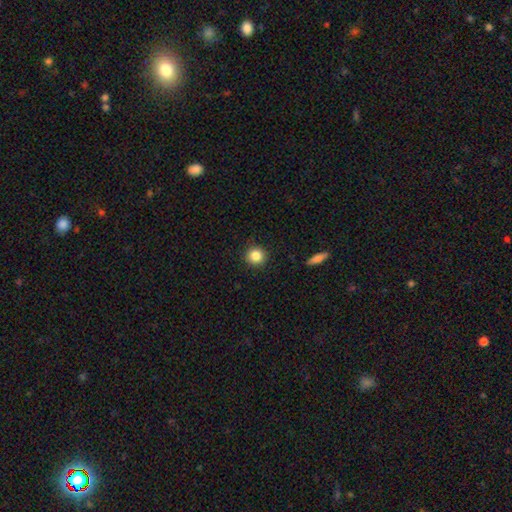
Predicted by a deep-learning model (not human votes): smooth 85%, star or artifact 10%, featured or disk 5%. Down the decision tree: how rounded — round (93%); merging — none (92%).